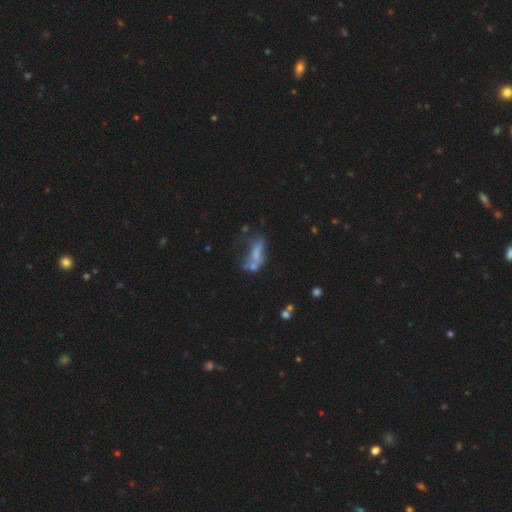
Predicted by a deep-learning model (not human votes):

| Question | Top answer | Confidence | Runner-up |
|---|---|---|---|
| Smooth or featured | smooth | 43% | featured or disk (40%) |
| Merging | merger | 32% | major disturbance (26%) |